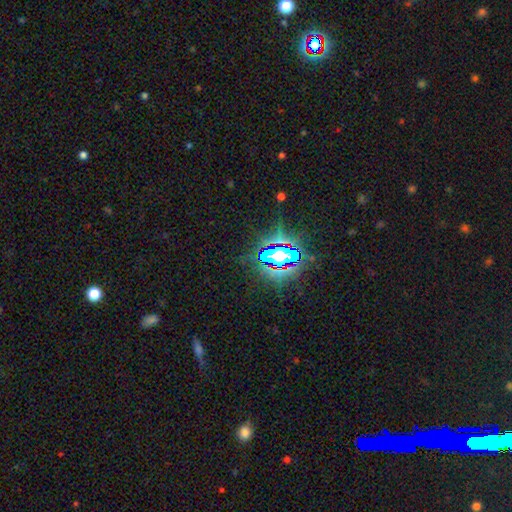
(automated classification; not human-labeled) star or artifact 78%, smooth 13%, featured or disk 10%.